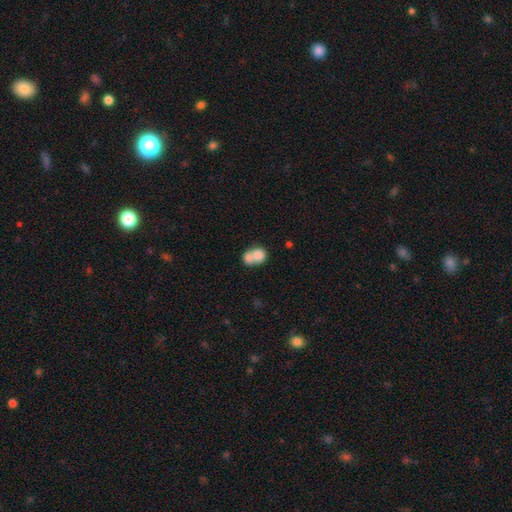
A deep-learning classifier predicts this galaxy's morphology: smooth-or-featured: smooth: 75% | featured or disk: 16% | star or artifact: 8%
  how-rounded: round: 59% | in between: 40% | cigar-shaped: 1%
  merging: merger: 69% | none: 21% | minor disturbance: 6% | major disturbance: 4%